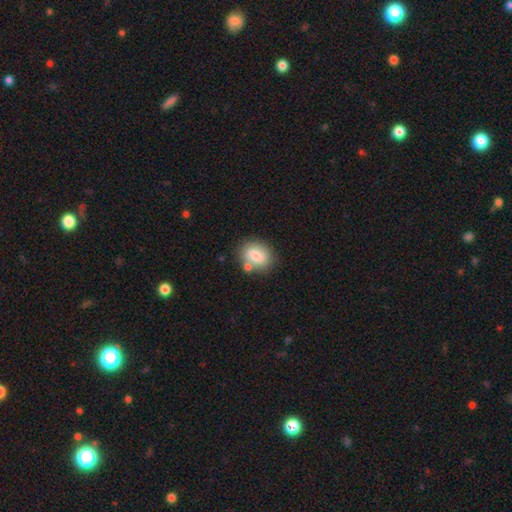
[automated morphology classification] Q: Smooth or featured?
A: smooth (77%); runner-up: featured or disk (15%)
Q: How rounded?
A: in between (62%); runner-up: round (36%)
Q: Merging?
A: none (68%); runner-up: merger (15%)